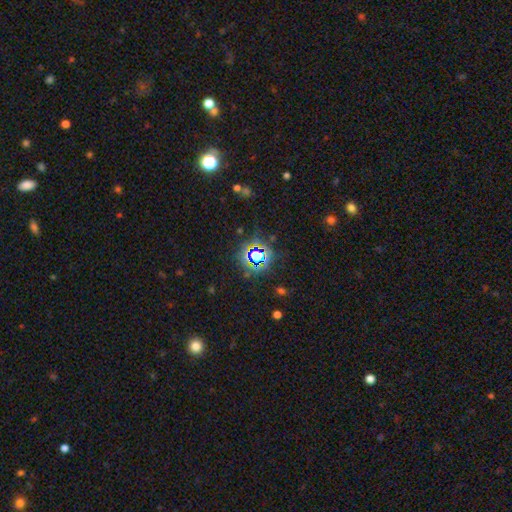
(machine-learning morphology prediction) A star or artifact, not a galaxy (73%).

Vote fractions:
- Smooth or featured? star or artifact: 73% / smooth: 18% / featured or disk: 9%